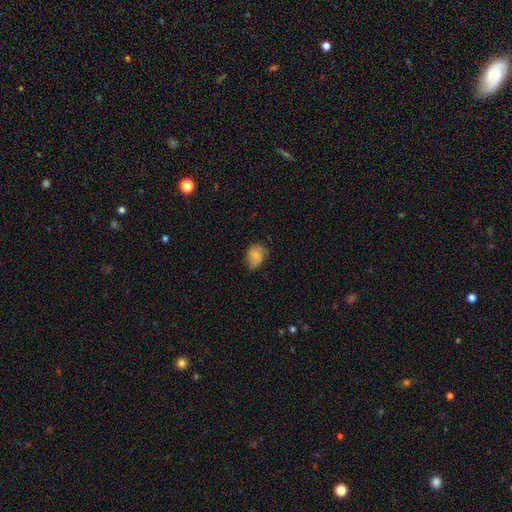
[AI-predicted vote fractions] A smooth galaxy with no disk features (61%) that is in between round and cigar-shaped (53%).

Vote fractions:
- Smooth or featured? smooth: 61% / featured or disk: 30% / star or artifact: 9%
- How rounded? in between: 53% / round: 46% / cigar-shaped: 1%
- Merging? none: 62% / minor disturbance: 28% / major disturbance: 9% / merger: 1%